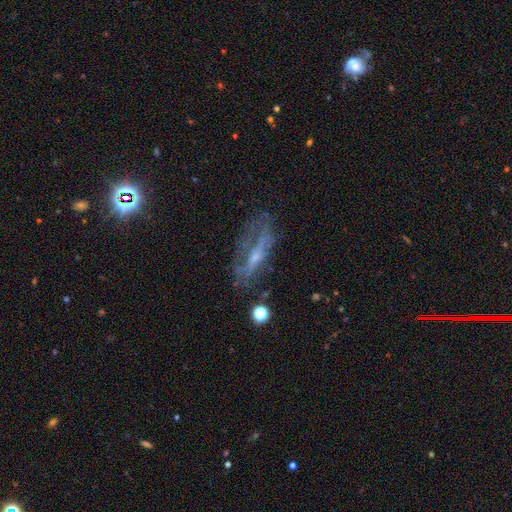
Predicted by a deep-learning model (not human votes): This is likely a featured or disk galaxy (60%). It is likely not viewed edge-on (72%). Merging: possibly none (50%).